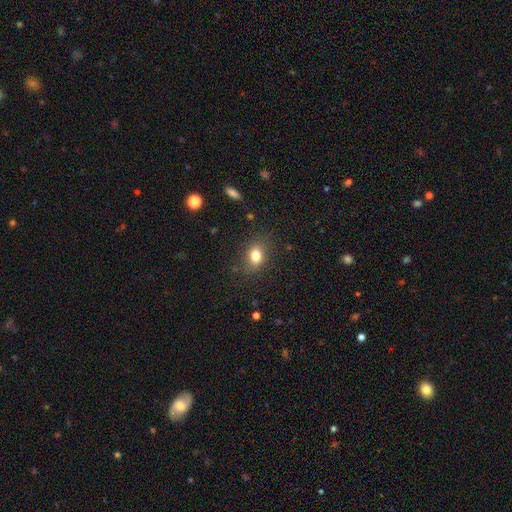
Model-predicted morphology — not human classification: Smooth or featured?
  - smooth: 80% *
  - star or artifact: 11%
  - featured or disk: 9%
How rounded?
  - in between: 69% *
  - round: 29%
  - cigar-shaped: 2%
Merging?
  - none: 81% *
  - minor disturbance: 13%
  - major disturbance: 4%
  - merger: 1%